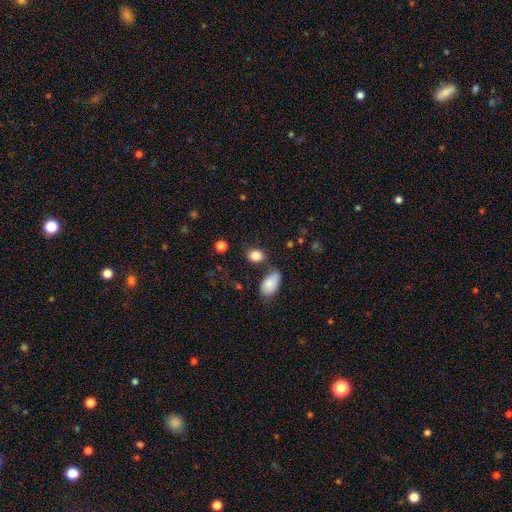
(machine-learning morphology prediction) The model was most divided on "how rounded": in between: 55%, round: 44%, cigar-shaped: 2%. More confident: smooth or featured — smooth (85%); merging — none (73%).